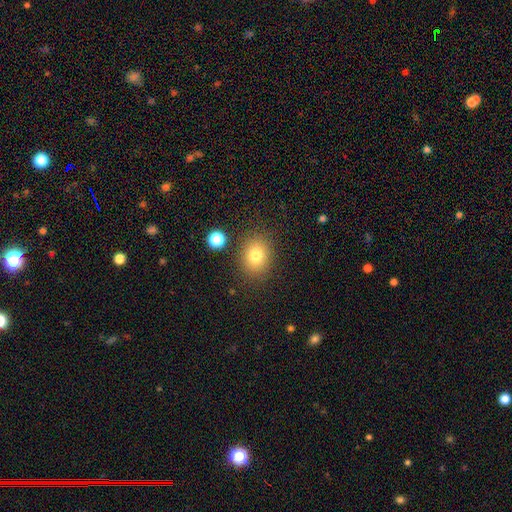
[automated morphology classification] This appears to be a smooth galaxy with no disk features (80%) that is in between round and cigar-shaped (53%). Merging: none (83%).